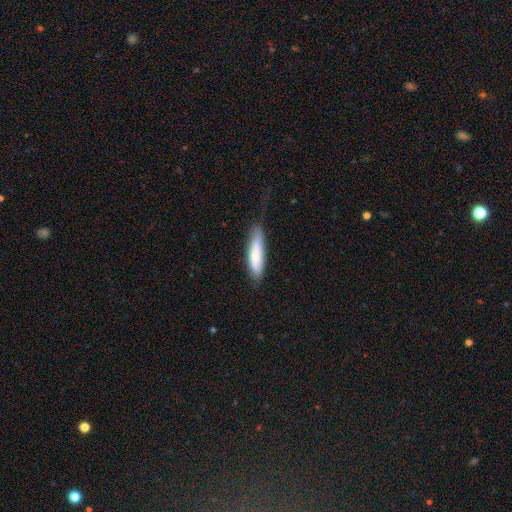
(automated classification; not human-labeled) A smooth galaxy with no disk features (69%) that is cigar-shaped (69%). Merging: none (68%).